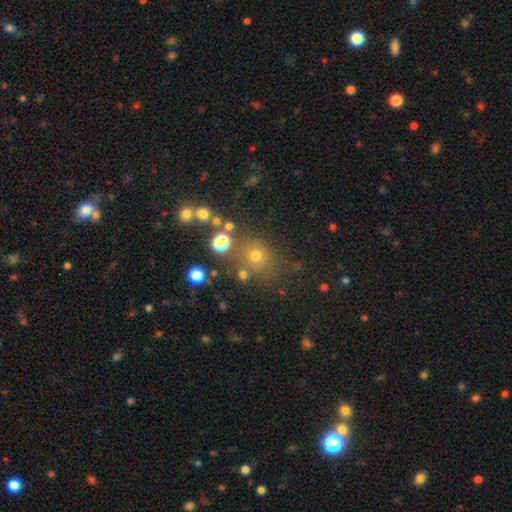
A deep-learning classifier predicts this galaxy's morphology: Overall: smooth (63%; star or artifact 26%). How rounded: round (75%). Merging: none (72%).